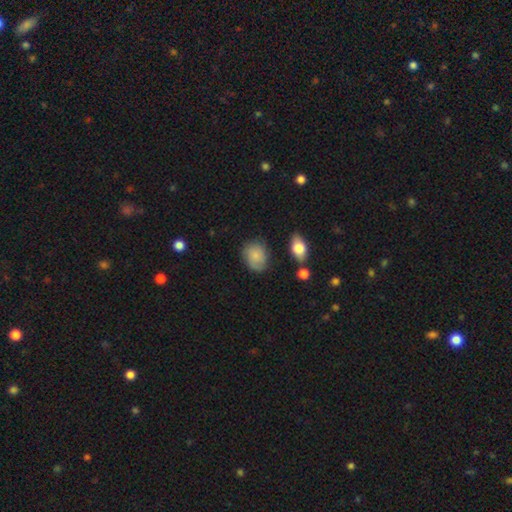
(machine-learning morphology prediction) Smooth or featured? Predicted: smooth (p=0.77). How rounded? Predicted: in between (p=0.54). Merging? Predicted: none (p=0.68).